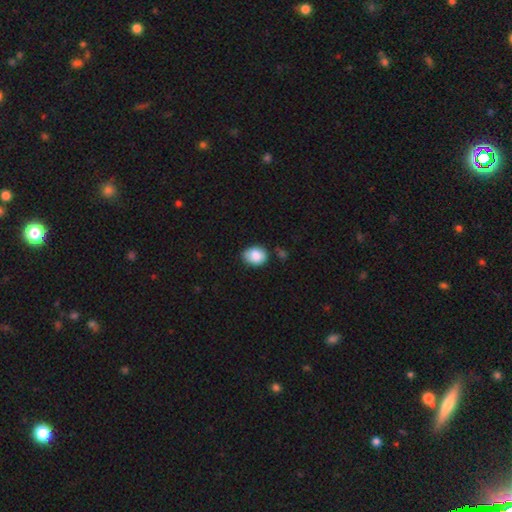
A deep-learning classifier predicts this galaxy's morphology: This is clearly a smooth galaxy (86%). How rounded: possibly in between (52%). Merging: likely none (65%).